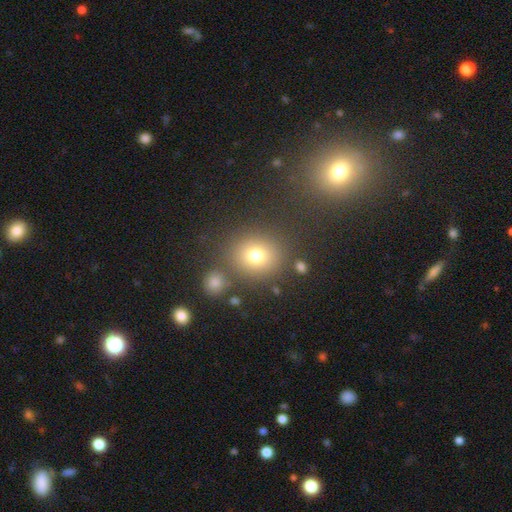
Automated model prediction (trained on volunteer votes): Q: Smooth or featured?
A: smooth (76%); runner-up: star or artifact (15%)
Q: How rounded?
A: round (77%); runner-up: in between (22%)
Q: Merging?
A: none (78%); runner-up: minor disturbance (10%)